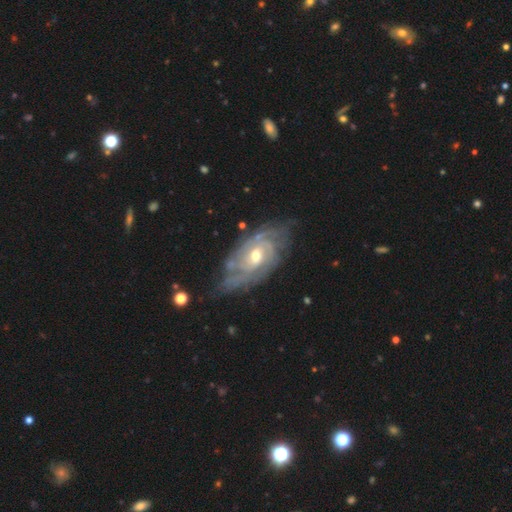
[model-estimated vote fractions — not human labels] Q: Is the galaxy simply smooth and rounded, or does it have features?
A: featured or disk — 87%.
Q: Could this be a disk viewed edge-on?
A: no — 95%.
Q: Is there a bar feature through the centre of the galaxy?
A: no — 57%.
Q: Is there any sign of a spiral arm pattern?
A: yes — 94%.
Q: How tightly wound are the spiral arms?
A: tight — 67%.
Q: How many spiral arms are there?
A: can't tell — 40%.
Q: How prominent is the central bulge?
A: moderate — 62%.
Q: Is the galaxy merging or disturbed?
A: none — 58%.